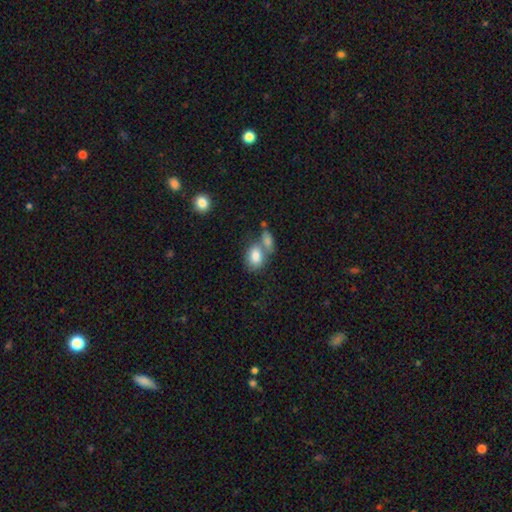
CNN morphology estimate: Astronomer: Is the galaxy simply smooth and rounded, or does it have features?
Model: smooth — 81%.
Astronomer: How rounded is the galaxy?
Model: in between — 73%.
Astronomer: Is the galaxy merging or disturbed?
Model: merger — 49% (runner-up: none, 35%).